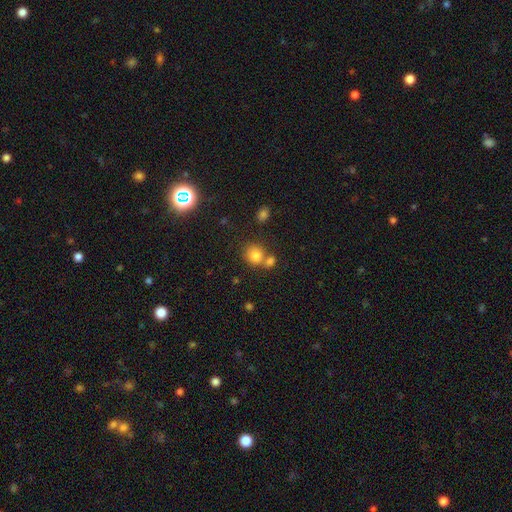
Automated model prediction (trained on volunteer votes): The model was most divided on "merging": none: 52%, merger: 35%, minor disturbance: 9%, major disturbance: 4%. More confident: smooth or featured — smooth (80%); how rounded — round (80%).